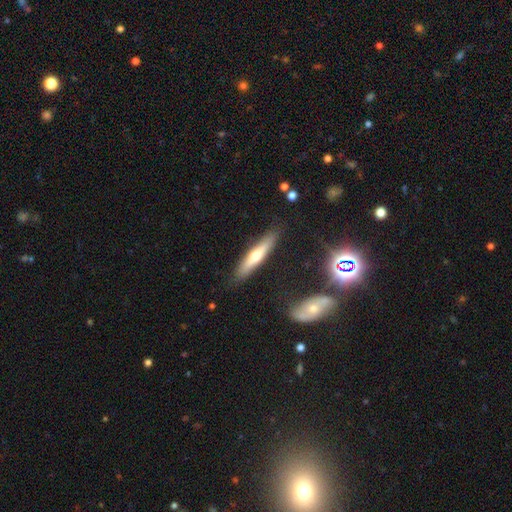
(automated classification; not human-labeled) Smooth or featured: smooth — 50% (featured or disk — 44%)
Merging: none — 86% (minor disturbance — 10%)